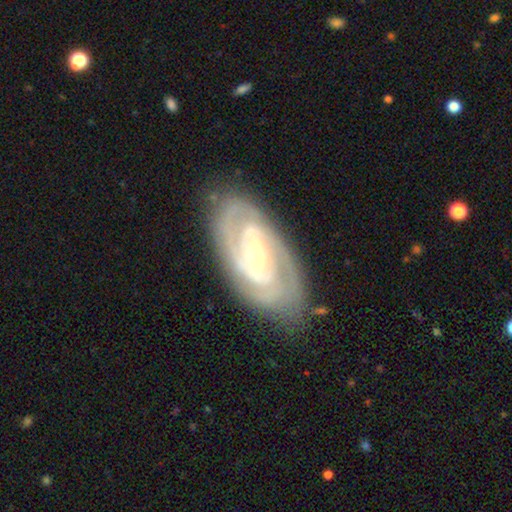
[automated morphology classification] Overall: featured or disk (87%). Edge-on disk: no (94%). Bar: weak (39%; no 35%). Spiral arms: yes (95%). Spiral arm count: 2 (48%; can't tell 21%). Spiral winding: tight (68%). Bulge size: small (53%; moderate 44%). Merging: none (81%).